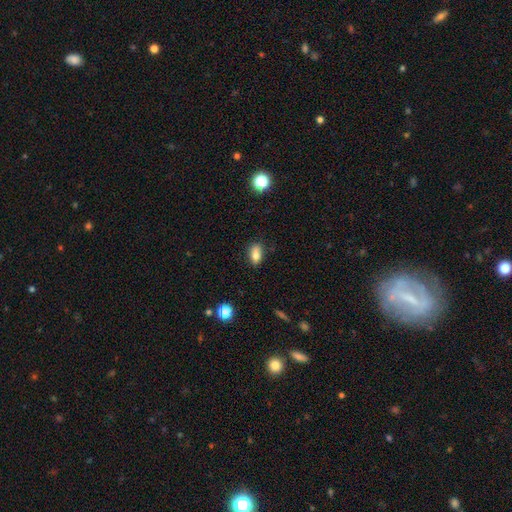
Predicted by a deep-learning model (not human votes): smooth 80%, star or artifact 10%, featured or disk 10%. Down the decision tree: how rounded — in between (83%); merging — none (77%).